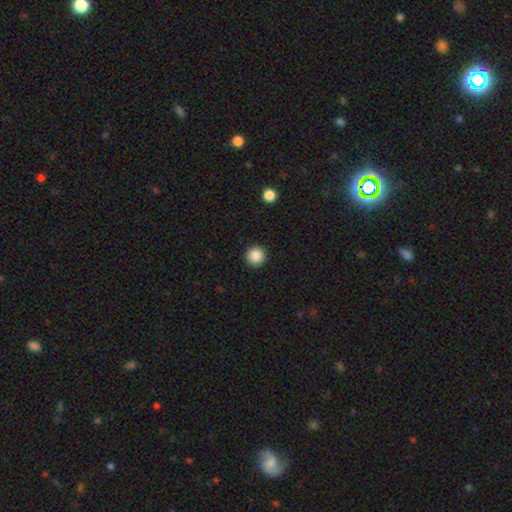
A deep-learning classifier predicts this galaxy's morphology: The model was most divided on "smooth or featured": smooth: 87%, star or artifact: 9%, featured or disk: 3%. More confident: how rounded — round (96%); merging — none (93%).